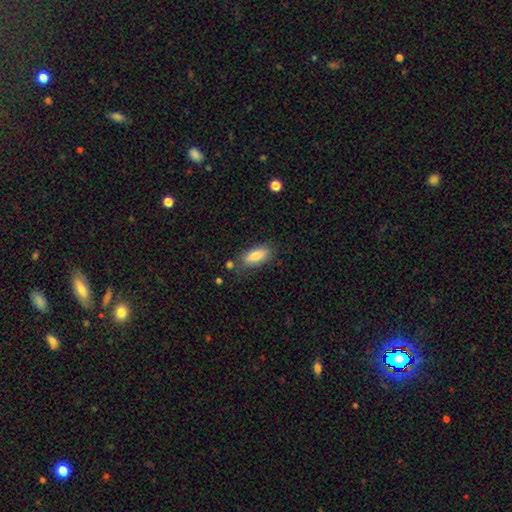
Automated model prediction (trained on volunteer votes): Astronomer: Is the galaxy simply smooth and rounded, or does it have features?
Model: smooth — 81%.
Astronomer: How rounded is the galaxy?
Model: in between — 78%.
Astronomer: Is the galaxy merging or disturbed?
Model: none — 77%.